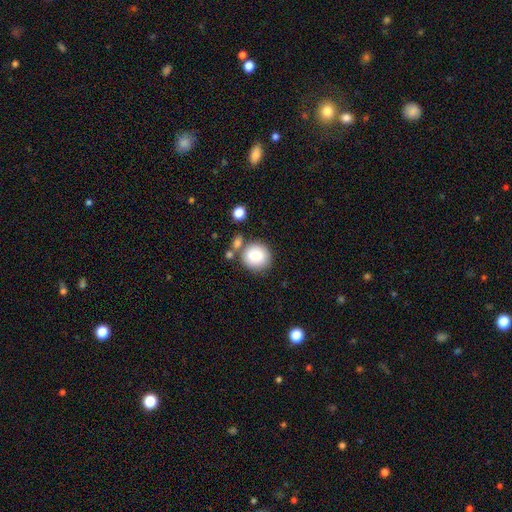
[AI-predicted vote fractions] Smooth or featured?
  - smooth: 82% *
  - featured or disk: 10%
  - star or artifact: 8%
How rounded?
  - round: 88% *
  - in between: 11%
  - cigar-shaped: 1%
Merging?
  - none: 70% *
  - merger: 14%
  - minor disturbance: 12%
  - major disturbance: 4%